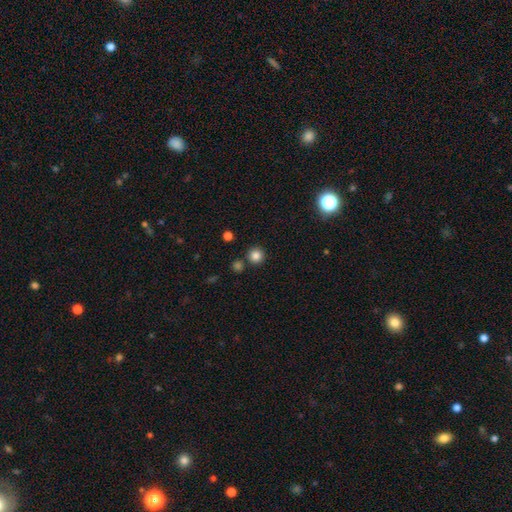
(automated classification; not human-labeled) The model was most divided on "smooth or featured": smooth: 83%, star or artifact: 12%, featured or disk: 4%. More confident: how rounded — round (95%); merging — none (83%).